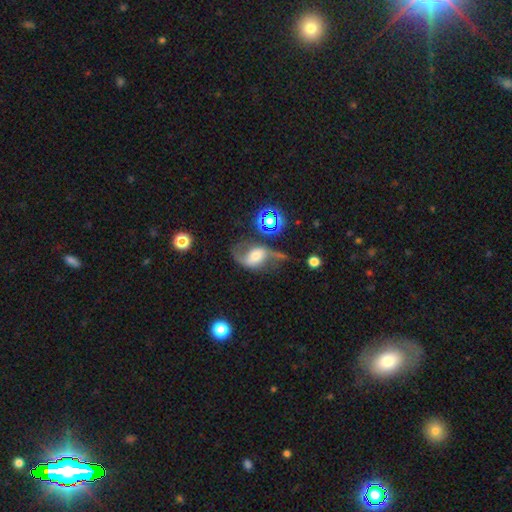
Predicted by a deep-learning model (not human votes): This is likely a featured or disk galaxy (72%). It is clearly not viewed edge-on (95%). Bar: marginally no (42%). Spiral arm pattern: clearly yes (90%). Spiral arm count: clearly 2 (86%). Spiral winding: likely loose (75%). Central bulge: marginally moderate (43%). Merging: marginally none (43%).